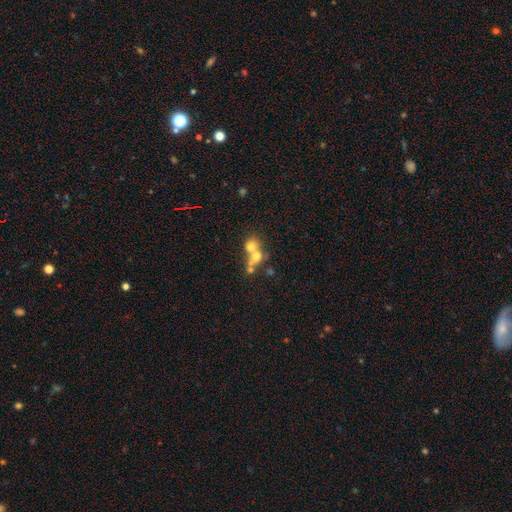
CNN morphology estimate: Smooth or featured? smooth (60%)
How rounded? round (72%)
Merging? merger (64%)